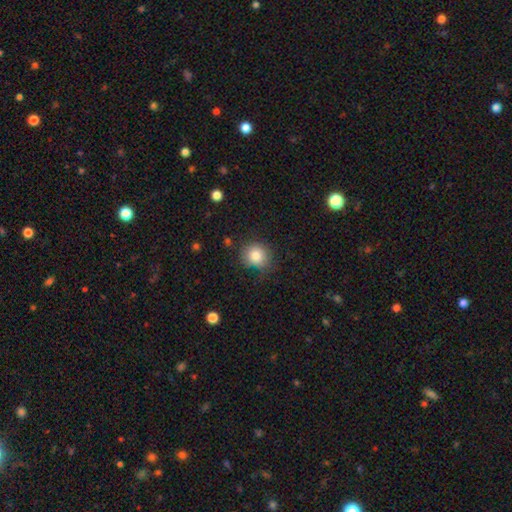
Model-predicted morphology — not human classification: Smooth or featured: smooth — 82% (star or artifact — 10%)
How rounded: round — 83% (in between — 16%)
Merging: none — 74% (minor disturbance — 18%)